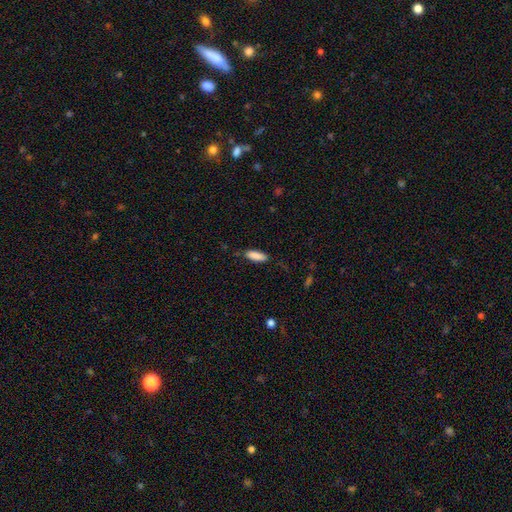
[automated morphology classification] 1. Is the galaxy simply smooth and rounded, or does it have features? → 88% smooth, 6% star or artifact, 5% featured or disk.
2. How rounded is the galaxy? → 61% in between, 37% cigar-shaped, 2% round.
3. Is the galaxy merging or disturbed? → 82% none, 14% minor disturbance, 3% major disturbance, 1% merger.